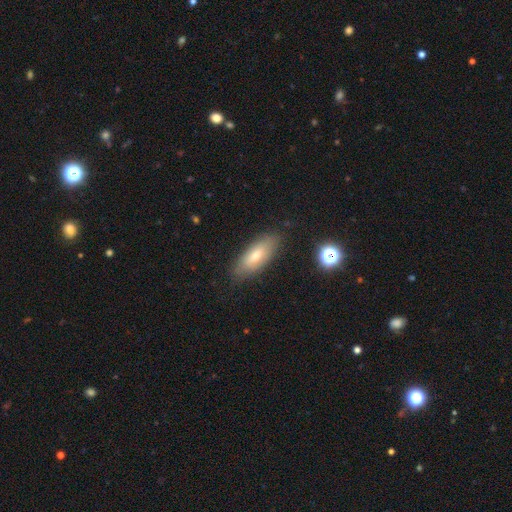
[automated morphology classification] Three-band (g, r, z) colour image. It shows a smooth galaxy with no disk features (67%) that is in between round and cigar-shaped (69%). Merging: none (83%).